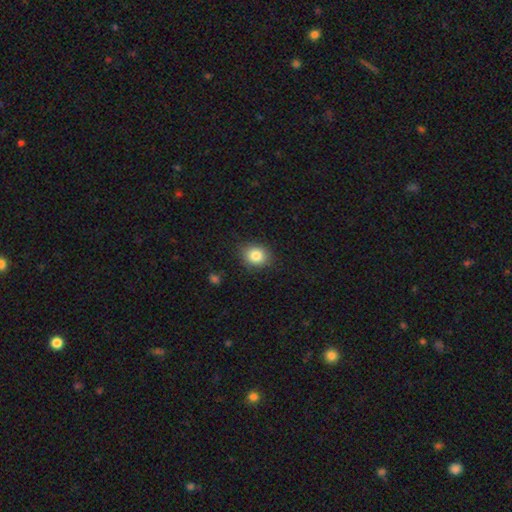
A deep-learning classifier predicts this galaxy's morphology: The model was most divided on "how rounded": round: 62%, in between: 37%, cigar-shaped: 1%. More confident: merging — none (87%); smooth or featured — smooth (83%).